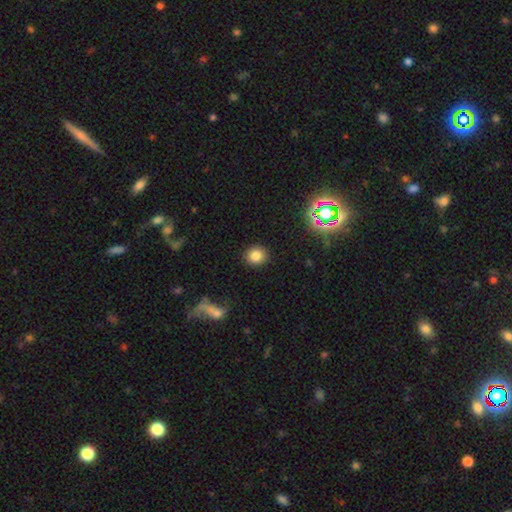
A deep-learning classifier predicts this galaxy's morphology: A smooth galaxy with no disk features (82%) that is round (86%). Merging: none (90%).